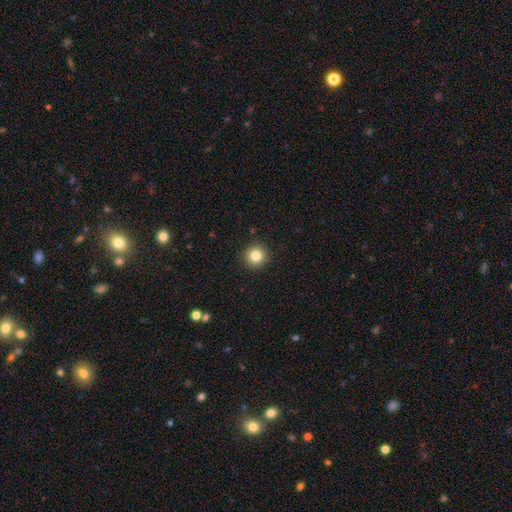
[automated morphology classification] type=smooth (84%); roundness=round (94%); merging=none (92%).